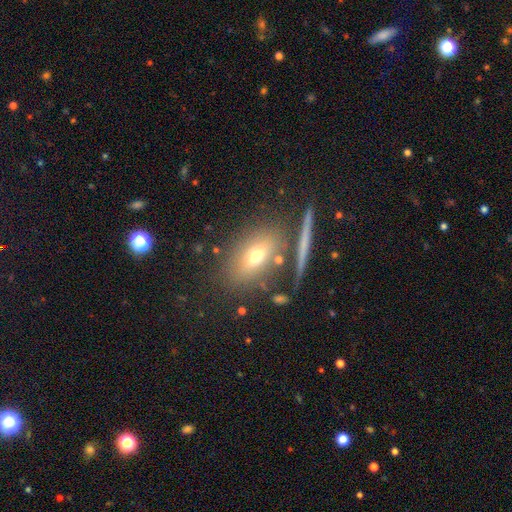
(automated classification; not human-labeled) This is likely a smooth galaxy (62%). How rounded: likely in between (71%). Merging: likely none (73%).